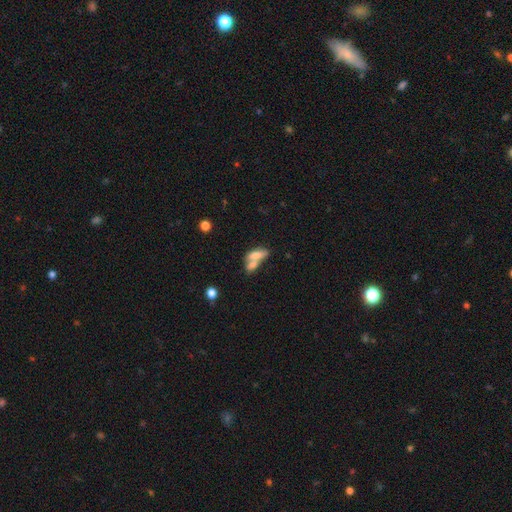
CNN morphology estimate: type=smooth (64%); roundness=in between (68%); merging=merger (62%).